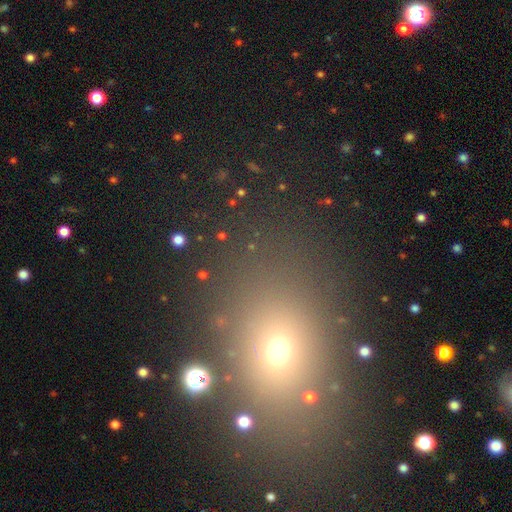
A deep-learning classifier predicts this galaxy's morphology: Q: Smooth or featured?
A: smooth (56%); runner-up: star or artifact (33%)
Q: How rounded?
A: in between (54%); runner-up: round (44%)
Q: Merging?
A: none (81%); runner-up: minor disturbance (9%)